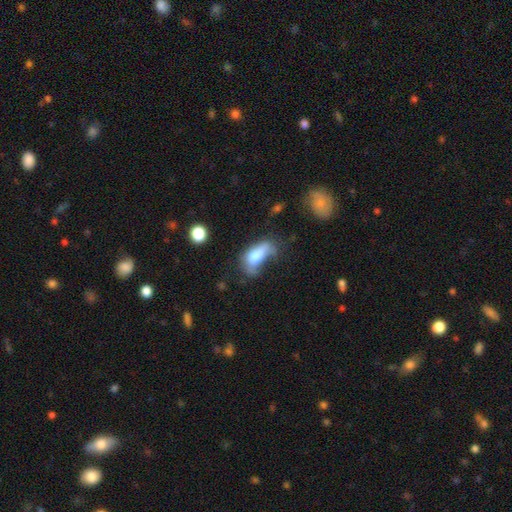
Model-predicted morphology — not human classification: smooth_or_featured: smooth (p=0.66) [alt: featured or disk p=0.24]
how_rounded: in between (p=0.85) [alt: cigar-shaped p=0.09]
merging: major disturbance (p=0.42) [alt: minor disturbance p=0.25]